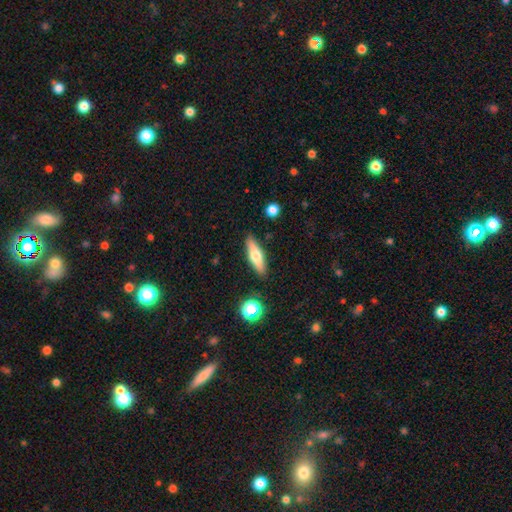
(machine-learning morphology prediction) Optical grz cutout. It shows a smooth galaxy with no disk features (55%) that is cigar-shaped (59%). Merging: none (87%).